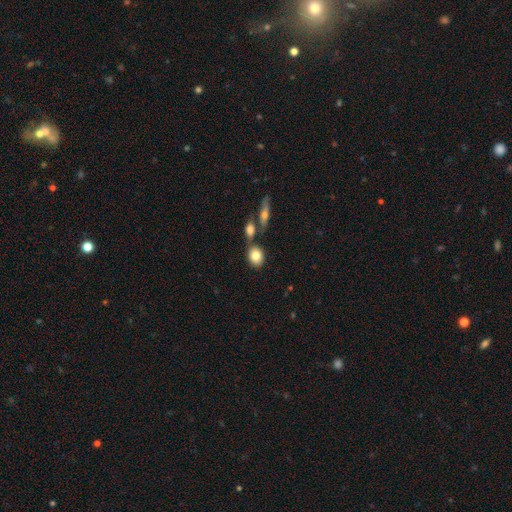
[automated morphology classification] Smooth or featured?
  - smooth: 81% *
  - featured or disk: 12%
  - star or artifact: 8%
How rounded?
  - in between: 60% *
  - round: 38%
  - cigar-shaped: 2%
Merging?
  - none: 64% *
  - merger: 21%
  - minor disturbance: 11%
  - major disturbance: 4%